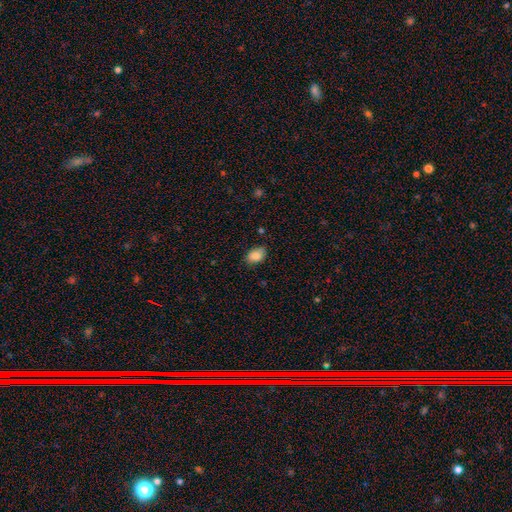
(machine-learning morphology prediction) Smooth or featured? Predicted: smooth (p=0.87). How rounded? Predicted: in between (p=0.87). Merging? Predicted: none (p=0.78).